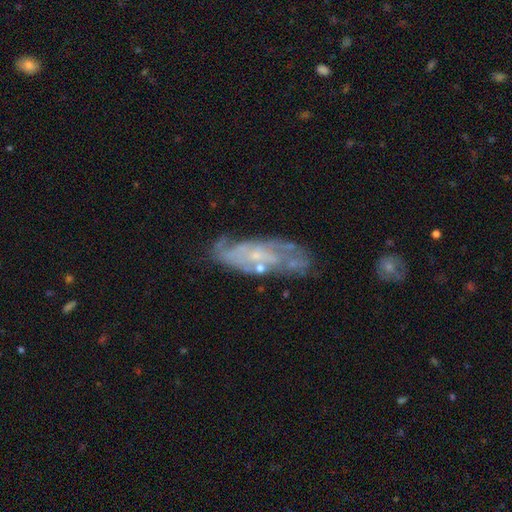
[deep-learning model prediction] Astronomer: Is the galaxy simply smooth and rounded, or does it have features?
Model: featured or disk — 73%.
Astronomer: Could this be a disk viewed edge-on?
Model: no — 85%.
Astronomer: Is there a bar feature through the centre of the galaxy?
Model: no — 69%.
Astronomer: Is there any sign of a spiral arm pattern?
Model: yes — 71%.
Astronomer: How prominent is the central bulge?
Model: small — 71%.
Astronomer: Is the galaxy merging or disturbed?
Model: none — 60%.